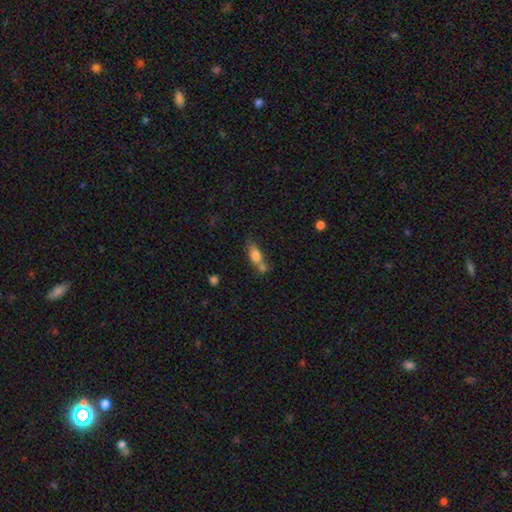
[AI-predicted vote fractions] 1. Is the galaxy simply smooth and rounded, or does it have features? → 73% smooth, 18% featured or disk, 9% star or artifact.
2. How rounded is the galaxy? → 70% in between, 22% cigar-shaped, 8% round.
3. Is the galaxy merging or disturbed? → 41% merger, 37% none, 15% minor disturbance, 6% major disturbance.